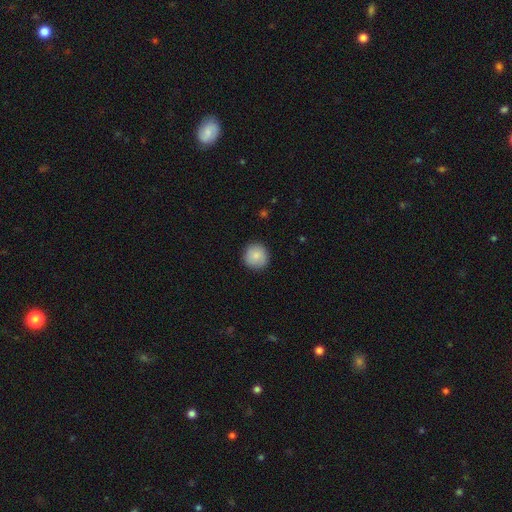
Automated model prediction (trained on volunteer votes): A smooth galaxy with no disk features (85%) that is round (94%).

Vote fractions:
- Smooth or featured? smooth: 85% / featured or disk: 8% / star or artifact: 7%
- How rounded? round: 94% / in between: 5% / cigar-shaped: 1%
- Merging? none: 89% / minor disturbance: 8% / major disturbance: 2% / merger: 1%